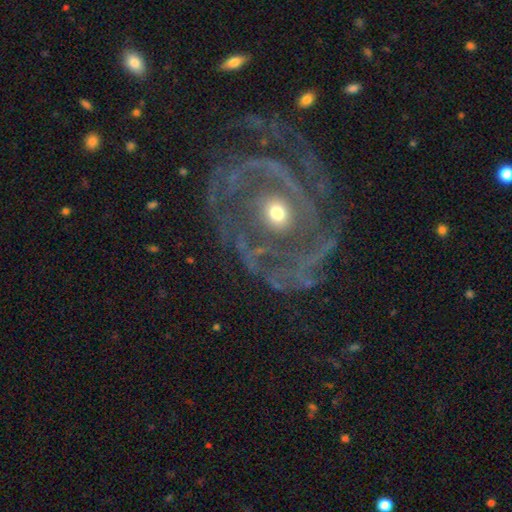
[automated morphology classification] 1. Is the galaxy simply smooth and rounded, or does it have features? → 90% featured or disk, 6% star or artifact, 5% smooth.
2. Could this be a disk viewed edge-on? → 97% no, 3% yes.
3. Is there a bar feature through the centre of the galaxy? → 69% no, 20% weak, 11% strong.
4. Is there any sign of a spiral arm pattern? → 94% yes, 6% no.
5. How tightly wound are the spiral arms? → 65% tight, 28% medium, 7% loose.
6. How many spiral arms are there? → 31% 2, 23% 3, 19% can't tell, 10% 4, 8% more than 4, 8% 1.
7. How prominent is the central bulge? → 55% moderate, 41% small, 3% large, 1% none, 1% dominant.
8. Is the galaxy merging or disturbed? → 68% none, 17% minor disturbance, 13% major disturbance, 2% merger.